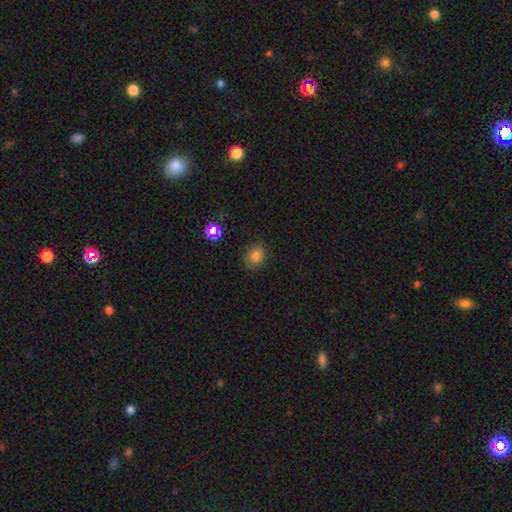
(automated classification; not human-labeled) Q: Smooth or featured?
A: smooth (78%); runner-up: star or artifact (15%)
Q: How rounded?
A: round (54%); runner-up: in between (45%)
Q: Merging?
A: none (81%); runner-up: minor disturbance (14%)